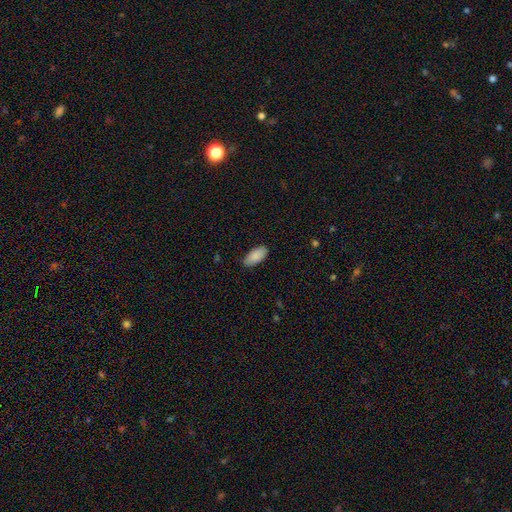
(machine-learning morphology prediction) This is clearly a smooth galaxy (89%). How rounded: clearly in between (92%). Merging: clearly none (82%).